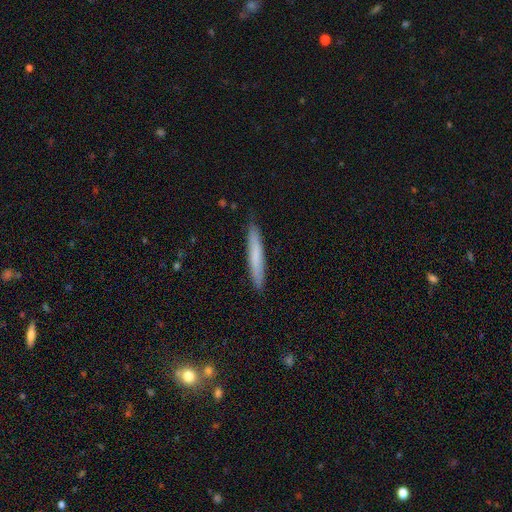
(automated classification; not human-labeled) Morphology: type=smooth (71%); roundness=cigar-shaped (95%); merging=none (88%).